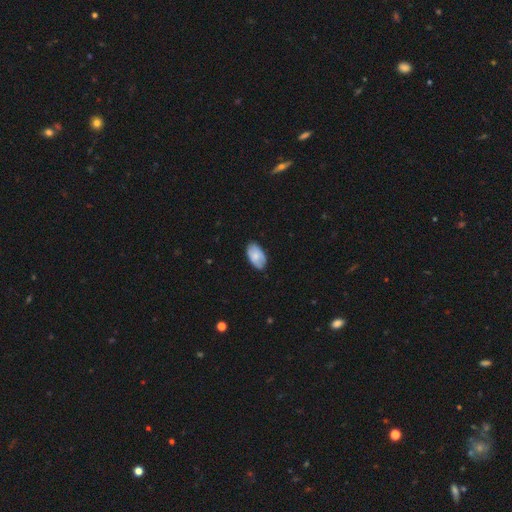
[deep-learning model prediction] Smooth or featured?
  - smooth: 72% *
  - featured or disk: 22%
  - star or artifact: 6%
How rounded?
  - in between: 94% *
  - round: 4%
  - cigar-shaped: 2%
Merging?
  - none: 80% *
  - minor disturbance: 17%
  - major disturbance: 3%
  - merger: 1%